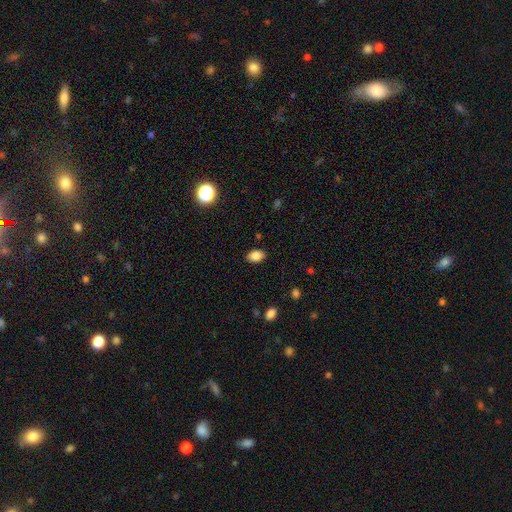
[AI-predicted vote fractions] The model was most divided on "how rounded": in between: 84%, round: 15%, cigar-shaped: 1%. More confident: merging — none (87%); smooth or featured — smooth (86%).